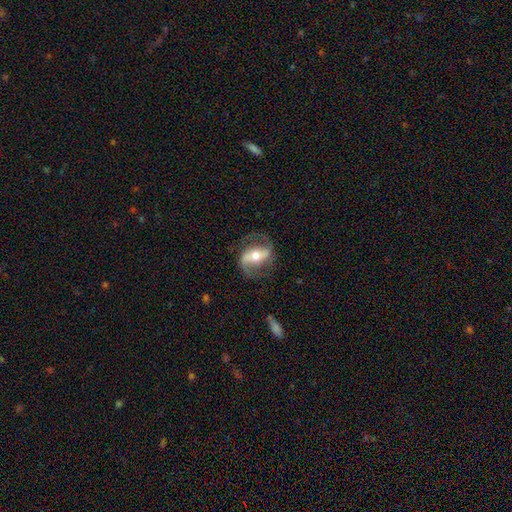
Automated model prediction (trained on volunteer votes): Smooth or featured?
  - featured or disk: 79% *
  - smooth: 15%
  - star or artifact: 6%
Edge-on disk?
  - no: 93% *
  - yes: 7%
Bar?
  - strong: 49% *
  - weak: 30%
  - no: 21%
Spiral arms?
  - yes: 88% *
  - no: 12%
Spiral winding?
  - medium: 43% *
  - loose: 42%
  - tight: 15%
Spiral arm count?
  - 2: 89% *
  - can't tell: 4%
  - 1: 4%
  - 3: 1%
  - 4: 1%
  - more than 4: 1%
Bulge size?
  - moderate: 67% *
  - small: 21%
  - large: 9%
  - dominant: 1%
  - none: 1%
Merging?
  - none: 73% *
  - minor disturbance: 15%
  - major disturbance: 11%
  - merger: 1%